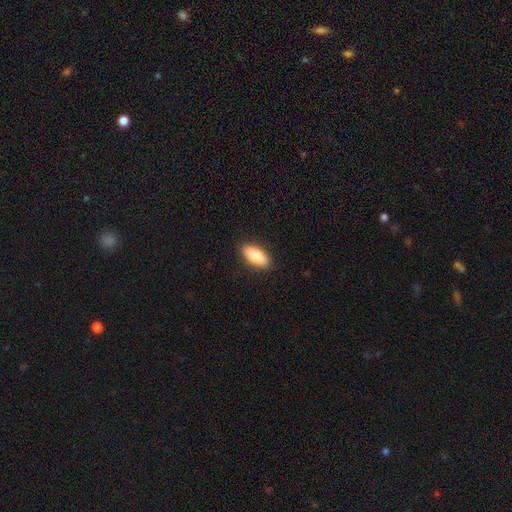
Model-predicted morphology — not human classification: smooth 85%, featured or disk 10%, star or artifact 6%. Down the decision tree: how rounded — in between (77%); merging — none (89%).